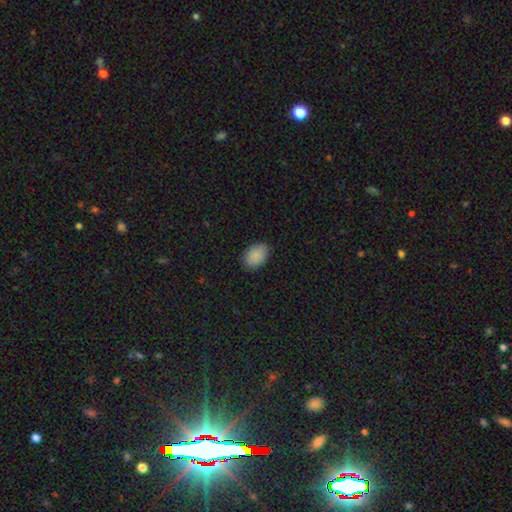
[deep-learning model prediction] Smooth or featured? smooth (89%)
How rounded? in between (84%)
Merging? none (85%)